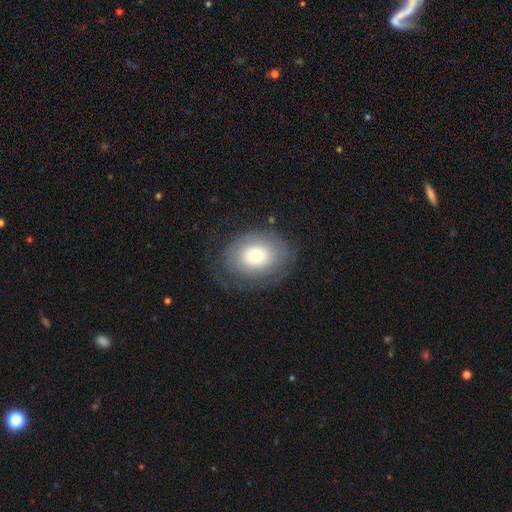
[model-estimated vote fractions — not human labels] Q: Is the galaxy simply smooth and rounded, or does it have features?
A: smooth — 58%.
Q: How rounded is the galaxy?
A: in between — 62%.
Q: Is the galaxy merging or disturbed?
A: none — 70%.